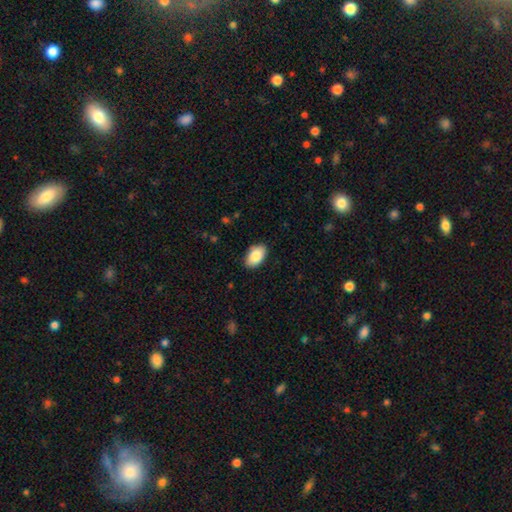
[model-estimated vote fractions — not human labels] Smooth or featured? smooth (86%)
How rounded? in between (93%)
Merging? none (86%)